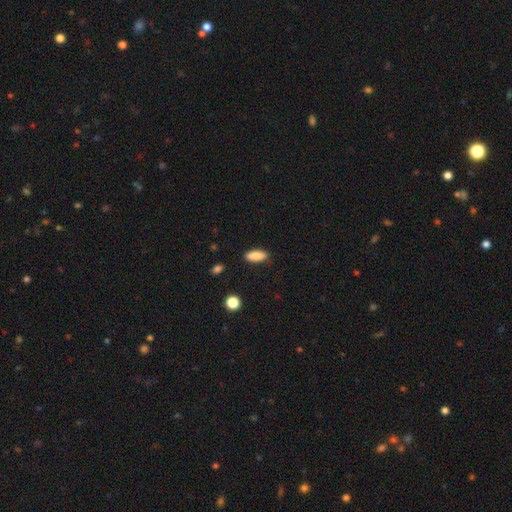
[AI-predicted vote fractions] Q: Smooth or featured?
A: smooth (86%); runner-up: star or artifact (7%)
Q: How rounded?
A: in between (78%); runner-up: cigar-shaped (20%)
Q: Merging?
A: none (88%); runner-up: minor disturbance (9%)